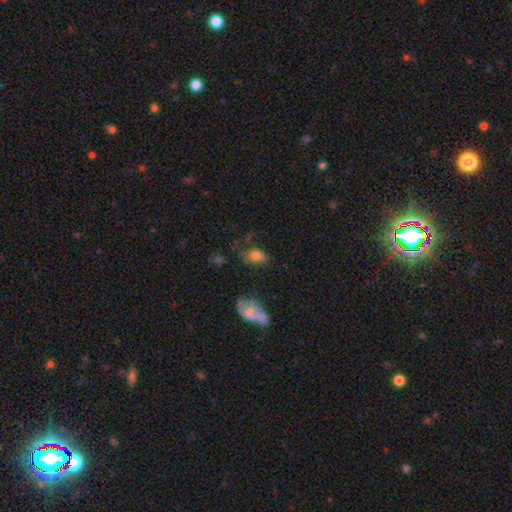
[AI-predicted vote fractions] Smooth or featured? Predicted: smooth (p=0.74). How rounded? Predicted: in between (p=0.81). Merging? Predicted: none (p=0.50).